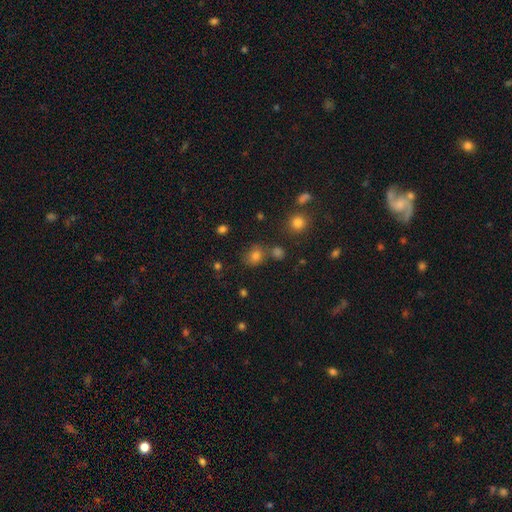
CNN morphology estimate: Smooth or featured: smooth — 74% (star or artifact — 18%)
How rounded: round — 62% (in between — 37%)
Merging: none — 68% (minor disturbance — 14%)